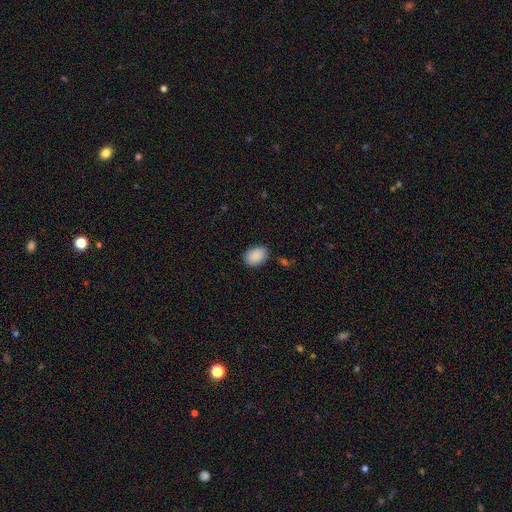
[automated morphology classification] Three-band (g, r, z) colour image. It shows a smooth galaxy with no disk features (90%) that is in between round and cigar-shaped (77%). Merging: none (83%).